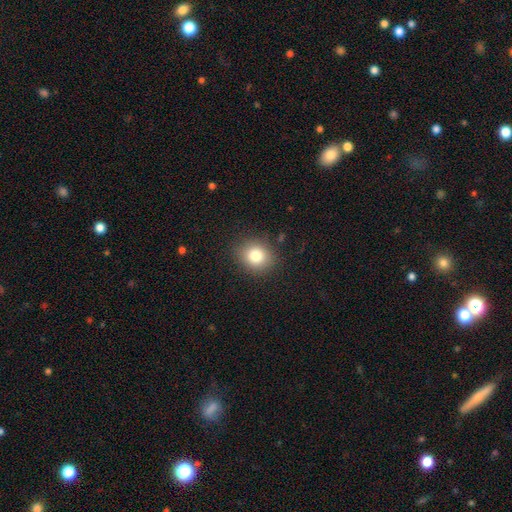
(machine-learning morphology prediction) Smooth or featured?
  - smooth: 81% *
  - star or artifact: 11%
  - featured or disk: 8%
How rounded?
  - round: 76% *
  - in between: 23%
  - cigar-shaped: 1%
Merging?
  - none: 87% *
  - minor disturbance: 9%
  - major disturbance: 3%
  - merger: 1%